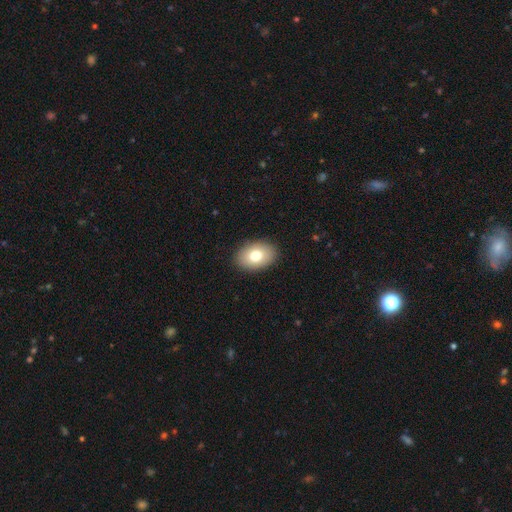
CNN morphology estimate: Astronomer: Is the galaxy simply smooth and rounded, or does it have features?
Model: smooth — 77%.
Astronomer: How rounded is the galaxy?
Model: in between — 84%.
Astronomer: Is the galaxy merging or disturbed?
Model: none — 90%.